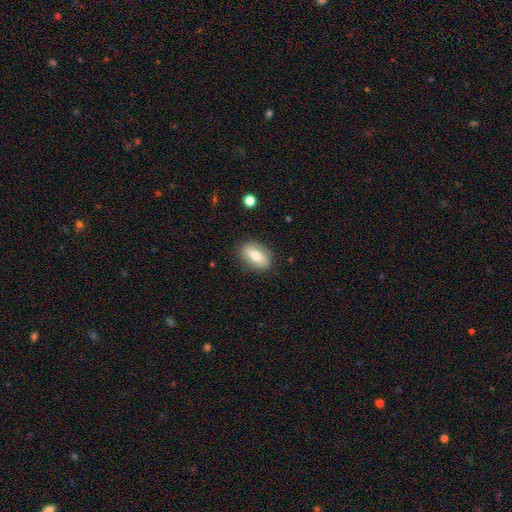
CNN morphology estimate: A smooth galaxy with no disk features (68%) that is in between round and cigar-shaped (83%).

Vote fractions:
- Smooth or featured? smooth: 68% / featured or disk: 25% / star or artifact: 7%
- How rounded? in between: 83% / round: 10% / cigar-shaped: 7%
- Merging? none: 85% / minor disturbance: 11% / major disturbance: 3% / merger: 1%